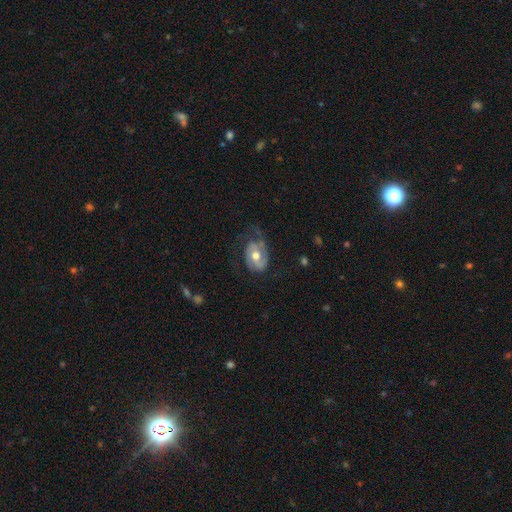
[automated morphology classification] Smooth or featured?
  - featured or disk: 75% *
  - smooth: 20%
  - star or artifact: 6%
Edge-on disk?
  - no: 96% *
  - yes: 4%
Bar?
  - no: 53% *
  - weak: 34%
  - strong: 13%
Spiral arms?
  - yes: 88% *
  - no: 12%
Spiral winding?
  - medium: 42% *
  - tight: 32%
  - loose: 26%
Spiral arm count?
  - 2: 64% *
  - 1: 21%
  - can't tell: 10%
  - 3: 3%
  - 4: 1%
  - more than 4: 1%
Bulge size?
  - moderate: 76% *
  - small: 11%
  - large: 11%
  - dominant: 1%
  - none: 1%
Merging?
  - none: 50% *
  - minor disturbance: 25%
  - major disturbance: 23%
  - merger: 2%